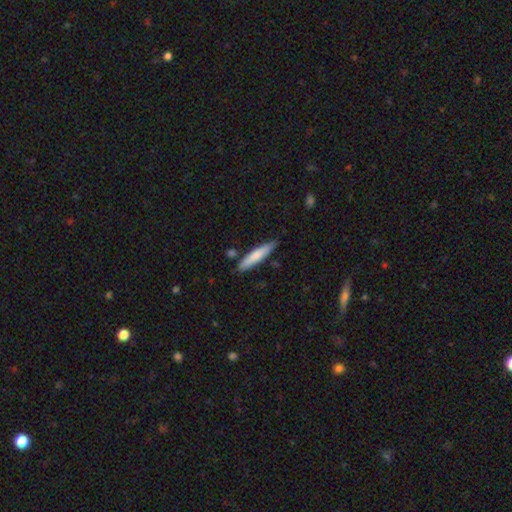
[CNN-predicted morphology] smooth-or-featured: smooth: 74% | featured or disk: 21% | star or artifact: 5%
  how-rounded: cigar-shaped: 88% | in between: 11% | round: 1%
  merging: none: 83% | minor disturbance: 12% | merger: 3% | major disturbance: 2%